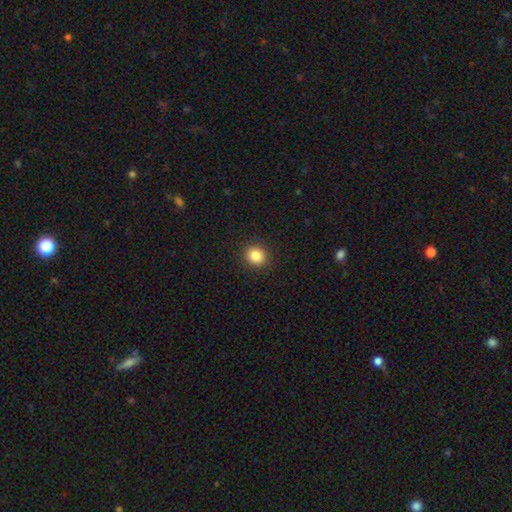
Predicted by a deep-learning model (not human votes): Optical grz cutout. It shows a smooth galaxy with no disk features (85%) that is round (85%). Merging: none (92%).